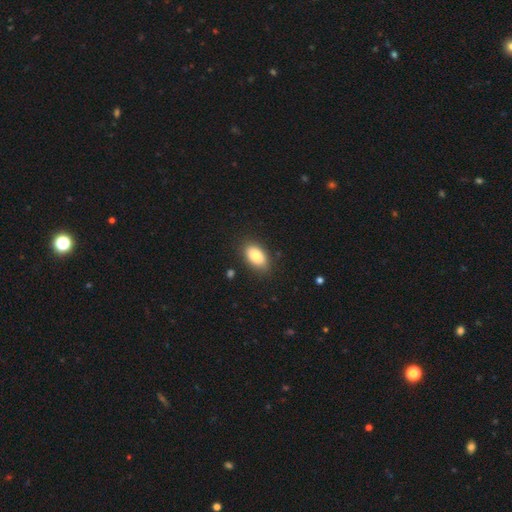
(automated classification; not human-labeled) The model was most divided on "merging": none: 86%, minor disturbance: 11%, major disturbance: 3%, merger: 1%. More confident: how rounded — in between (93%); smooth or featured — smooth (86%).